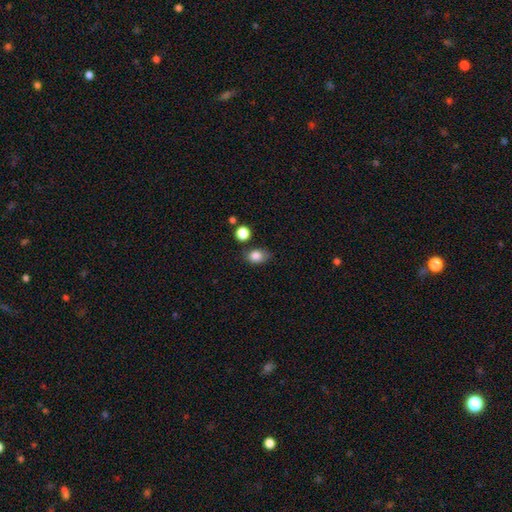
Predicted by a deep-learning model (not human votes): This is clearly a smooth galaxy (84%). How rounded: likely in between (67%). Merging: likely none (71%).